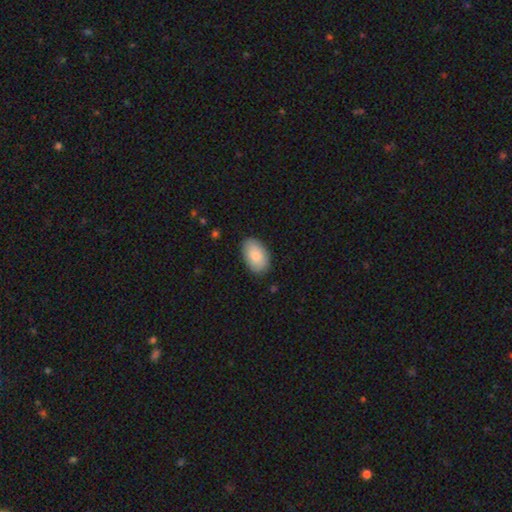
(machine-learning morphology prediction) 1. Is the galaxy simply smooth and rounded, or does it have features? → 86% smooth, 9% featured or disk, 6% star or artifact.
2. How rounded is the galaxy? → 94% in between, 5% round, 1% cigar-shaped.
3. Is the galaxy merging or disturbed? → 85% none, 11% minor disturbance, 2% major disturbance, 1% merger.